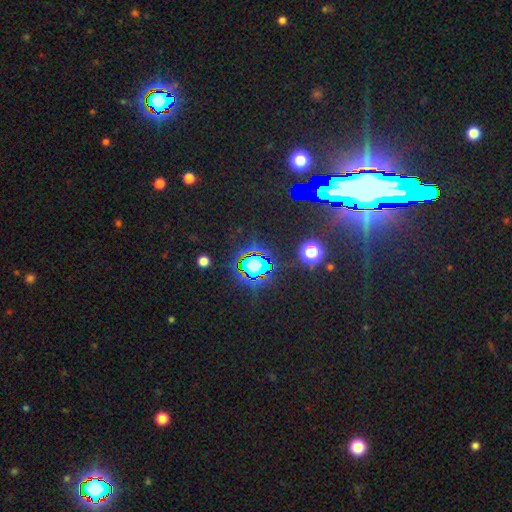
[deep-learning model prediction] A star or artifact, not a galaxy (79%).

Vote fractions:
- Smooth or featured? star or artifact: 79% / smooth: 12% / featured or disk: 10%